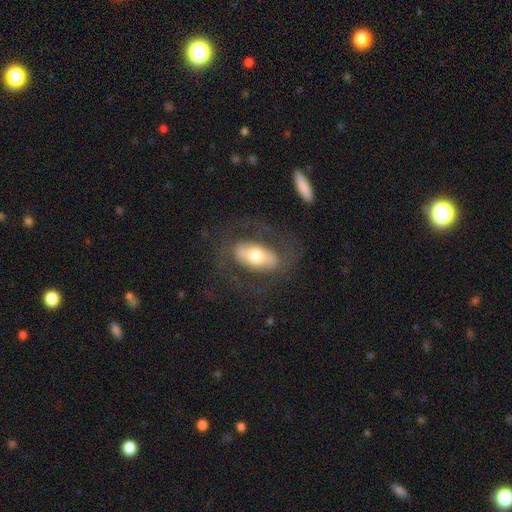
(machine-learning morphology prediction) Smooth or featured: featured or disk — 52% (smooth — 41%)
Edge-on disk: no — 85% (yes — 15%)
Merging: none — 72% (major disturbance — 14%)